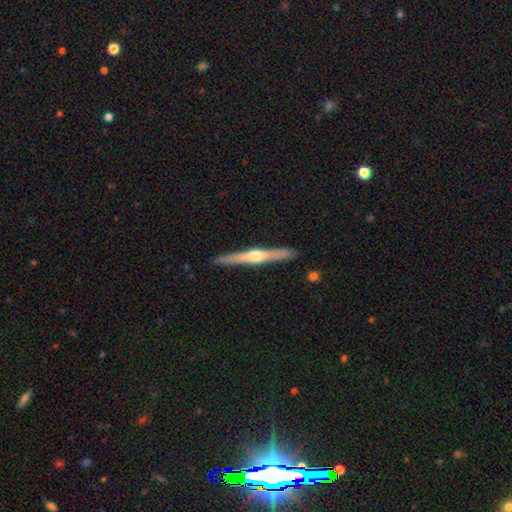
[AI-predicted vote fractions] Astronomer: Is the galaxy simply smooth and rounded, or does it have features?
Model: featured or disk — 72%.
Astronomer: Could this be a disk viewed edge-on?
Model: yes — 98%.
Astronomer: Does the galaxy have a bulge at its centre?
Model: rounded — 91%.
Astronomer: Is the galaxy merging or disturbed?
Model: none — 91%.